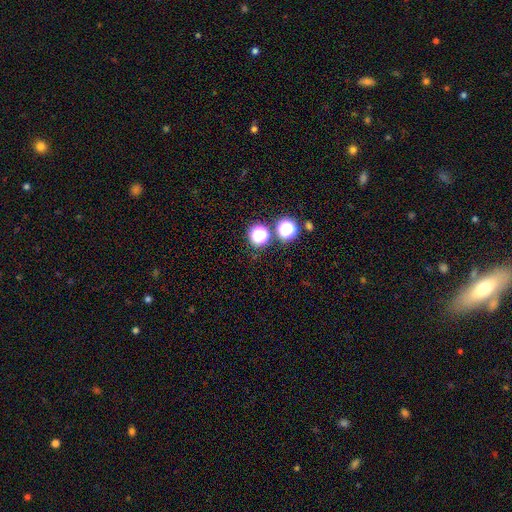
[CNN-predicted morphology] smooth_or_featured: star or artifact (p=0.50) [alt: smooth p=0.43]